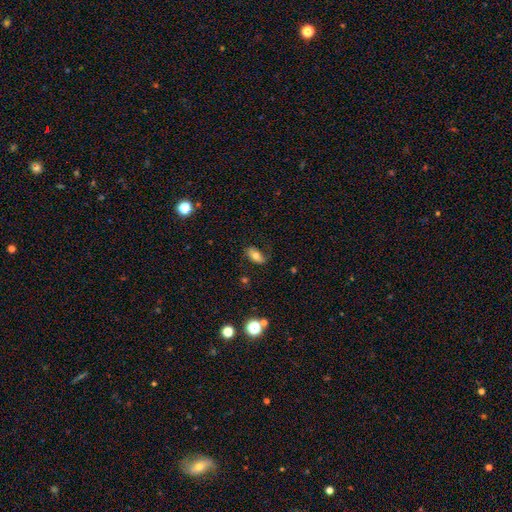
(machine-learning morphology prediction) A smooth galaxy with no disk features (65%) that is in between round and cigar-shaped (87%). Merging: none (74%).